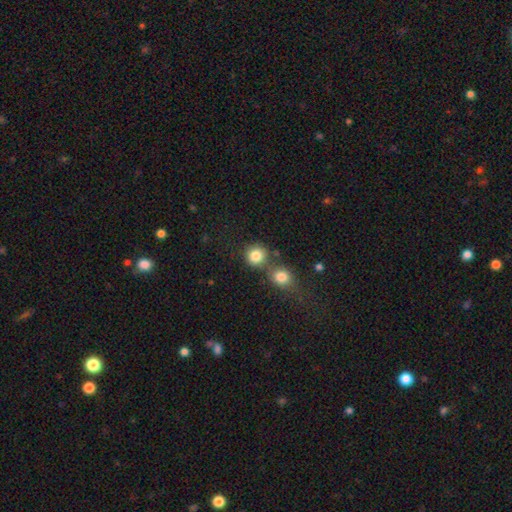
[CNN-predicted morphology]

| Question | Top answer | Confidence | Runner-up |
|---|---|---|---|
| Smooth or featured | smooth | 83% | star or artifact (10%) |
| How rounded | round | 88% | in between (11%) |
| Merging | none | 58% | merger (29%) |